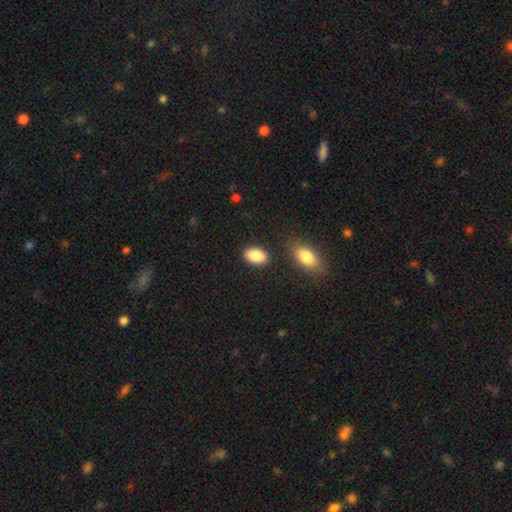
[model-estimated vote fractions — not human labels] Overall: smooth (88%). How rounded: in between (91%). Merging: none (84%).